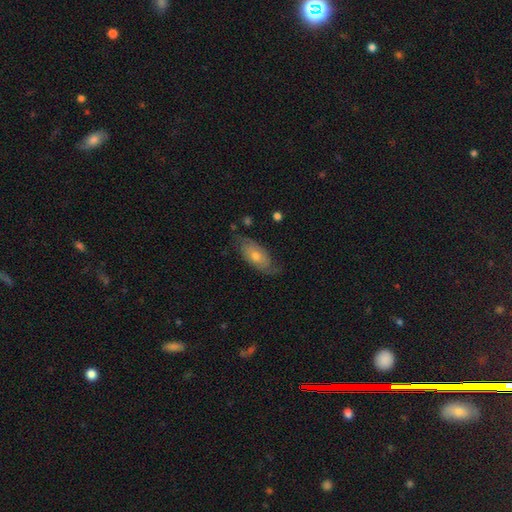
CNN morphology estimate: Smooth or featured? featured or disk (58%)
Edge-on disk? no (86%)
Bar? no (78%)
Spiral arms? yes (81%)
Bulge size? moderate (56%)
Merging? none (70%)